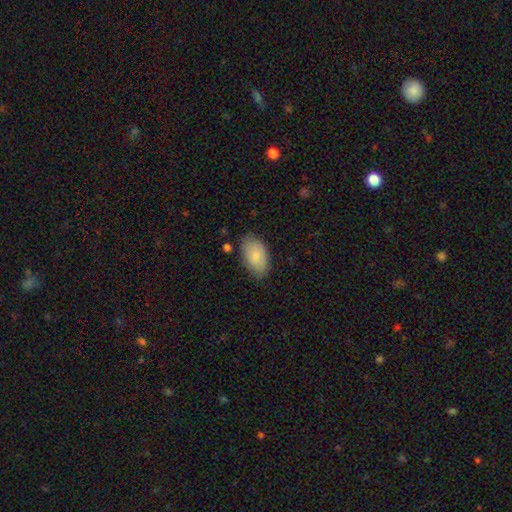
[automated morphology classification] Smooth or featured? Predicted: smooth (p=0.85). How rounded? Predicted: in between (p=0.94). Merging? Predicted: none (p=0.78).